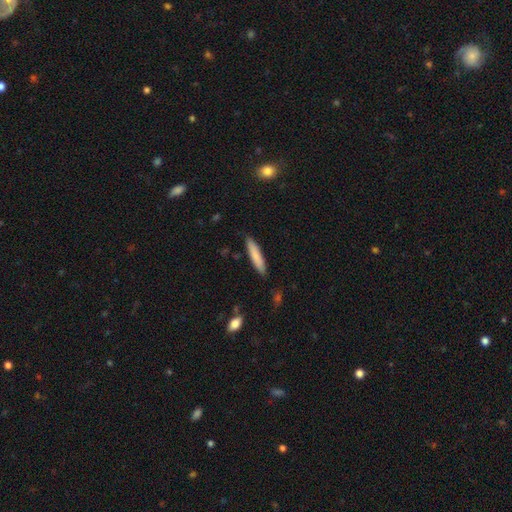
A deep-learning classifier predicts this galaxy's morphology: smooth-or-featured: smooth: 81% | featured or disk: 13% | star or artifact: 6%
  how-rounded: cigar-shaped: 87% | in between: 11% | round: 1%
  merging: none: 87% | minor disturbance: 10% | major disturbance: 2% | merger: 1%